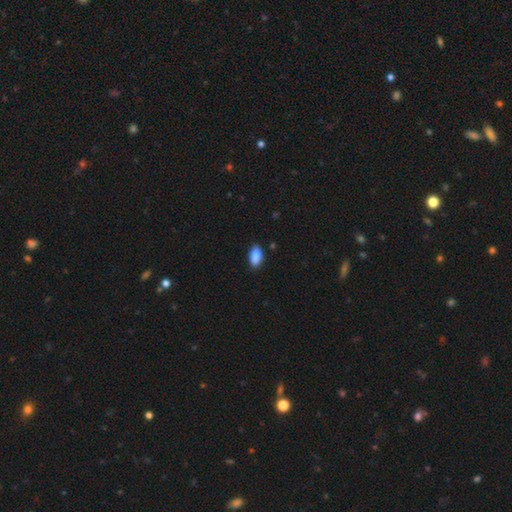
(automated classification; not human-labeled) smooth_or_featured: smooth (p=0.87) [alt: star or artifact p=0.07]
how_rounded: in between (p=0.90) [alt: cigar-shaped p=0.07]
merging: none (p=0.85) [alt: minor disturbance p=0.12]